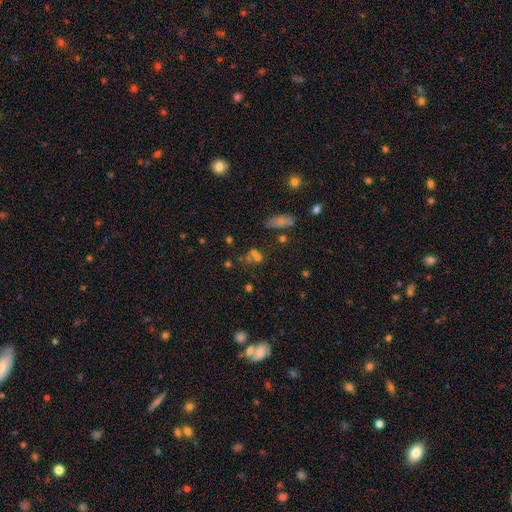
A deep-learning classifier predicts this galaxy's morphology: type=smooth (50%); merging=none (49%).